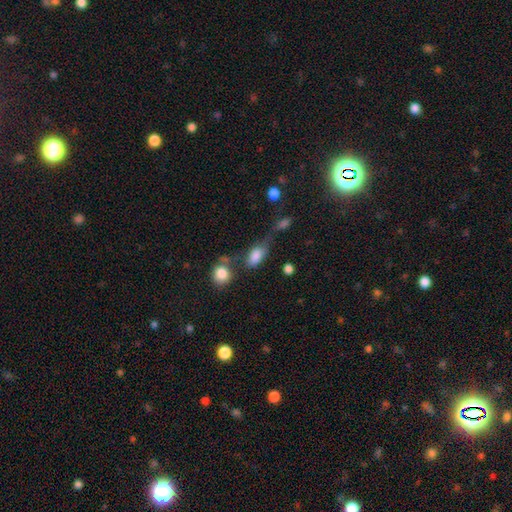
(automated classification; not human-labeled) The model was most divided on "merging": none: 32%, merger: 24%, minor disturbance: 23%, major disturbance: 21%. More confident: how rounded — in between (85%); smooth or featured — smooth (80%).